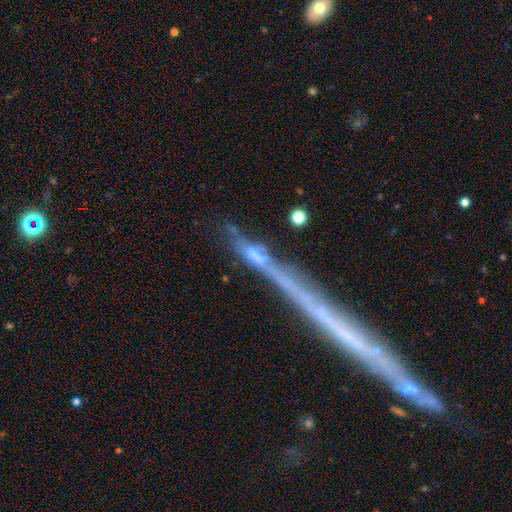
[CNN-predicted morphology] Overall: featured or disk (53%; smooth 31%). Edge-on disk: yes (73%). Merging: none (45%; merger 20%).